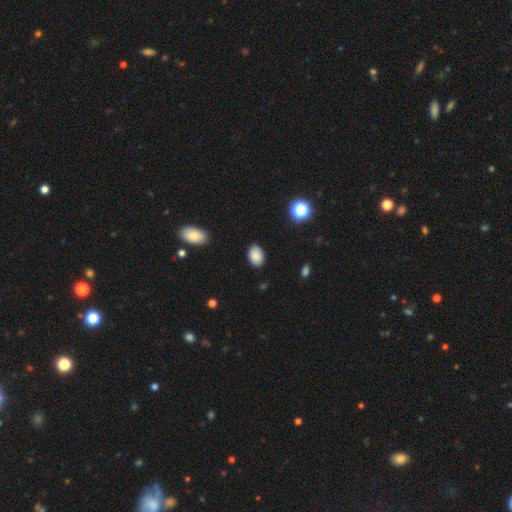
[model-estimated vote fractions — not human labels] A smooth galaxy with no disk features (86%) that is in between round and cigar-shaped (85%). Merging: none (88%).